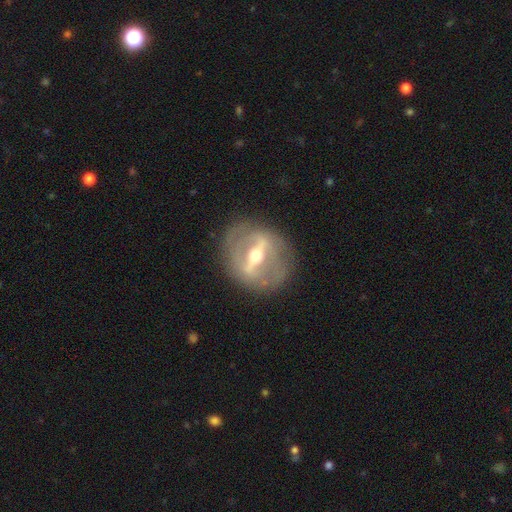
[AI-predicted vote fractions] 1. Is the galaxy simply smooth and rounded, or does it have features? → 83% featured or disk, 11% smooth, 6% star or artifact.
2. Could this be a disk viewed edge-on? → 73% no, 27% yes.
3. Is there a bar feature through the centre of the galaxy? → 82% strong, 13% weak, 5% no.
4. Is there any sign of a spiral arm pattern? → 69% no, 31% yes.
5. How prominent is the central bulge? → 70% moderate, 20% small, 8% large, 1% dominant, 1% none.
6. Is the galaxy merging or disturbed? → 80% none, 12% minor disturbance, 7% major disturbance, 1% merger.